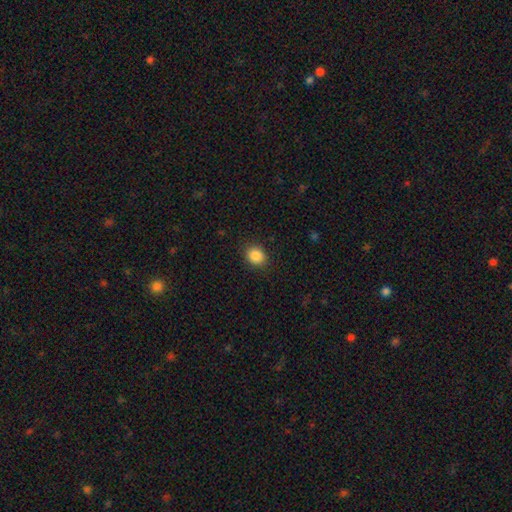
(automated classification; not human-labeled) Morphology: type=smooth (87%); roundness=round (65%); merging=none (88%).